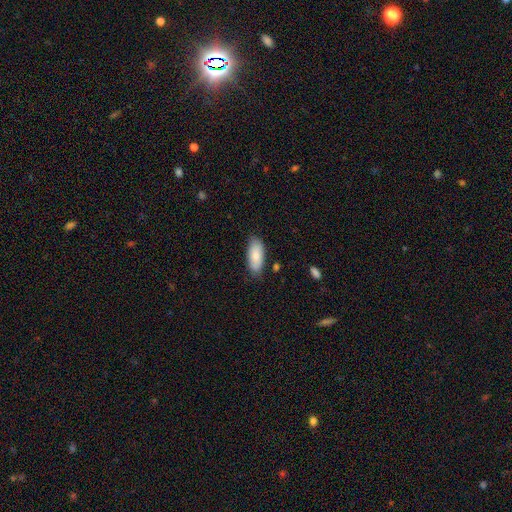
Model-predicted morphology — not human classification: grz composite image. It shows a smooth galaxy with no disk features (86%) that is in between round and cigar-shaped (85%). Merging: none (81%).